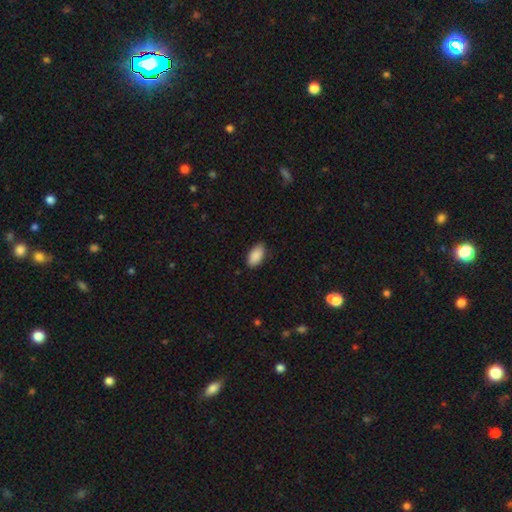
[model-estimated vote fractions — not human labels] Smooth or featured? Predicted: smooth (p=0.90). How rounded? Predicted: in between (p=0.94). Merging? Predicted: none (p=0.83).